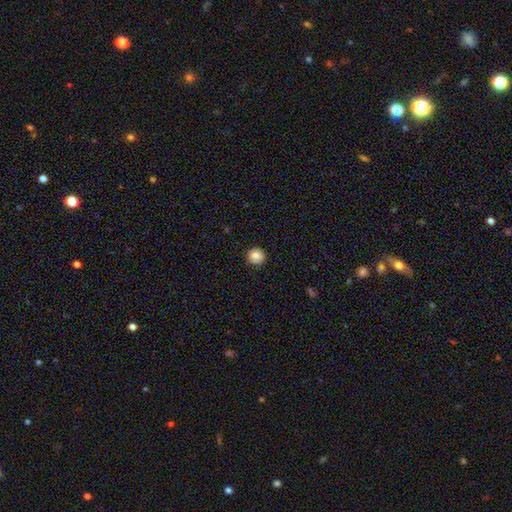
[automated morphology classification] Smooth or featured?
  - smooth: 83% *
  - star or artifact: 9%
  - featured or disk: 8%
How rounded?
  - round: 93% *
  - in between: 6%
  - cigar-shaped: 1%
Merging?
  - none: 90% *
  - minor disturbance: 7%
  - major disturbance: 2%
  - merger: 1%